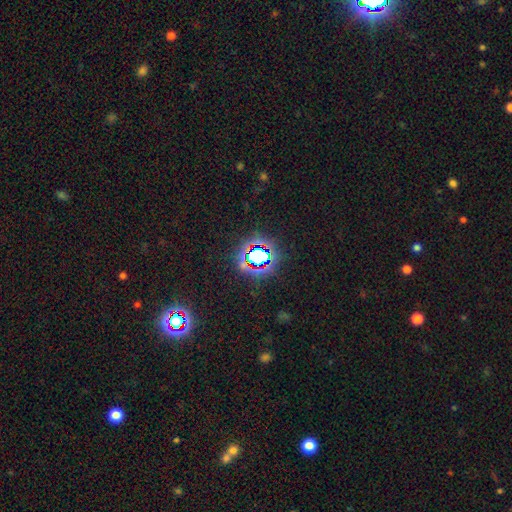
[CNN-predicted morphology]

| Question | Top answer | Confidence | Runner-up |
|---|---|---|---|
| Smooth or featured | star or artifact | 66% | smooth (23%) |